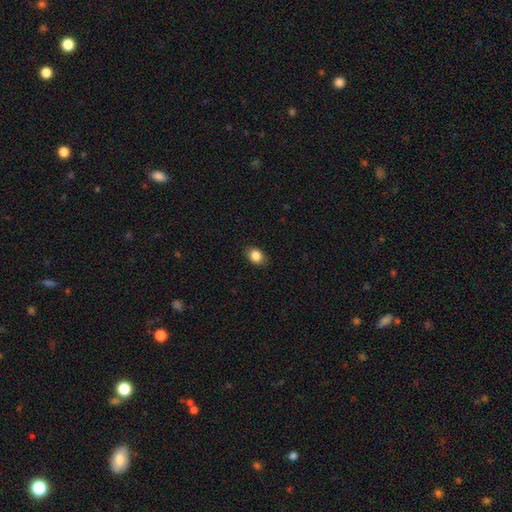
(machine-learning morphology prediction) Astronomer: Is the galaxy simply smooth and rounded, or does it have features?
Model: smooth — 86%.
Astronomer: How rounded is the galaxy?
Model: in between — 63%.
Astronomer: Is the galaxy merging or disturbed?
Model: none — 85%.